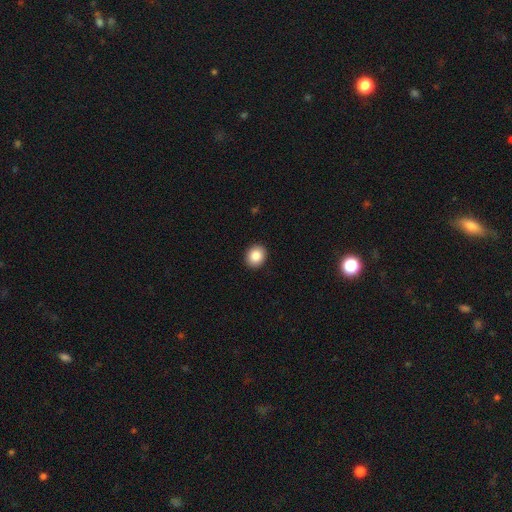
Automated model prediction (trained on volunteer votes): Smooth or featured? smooth (87%)
How rounded? round (69%)
Merging? none (92%)